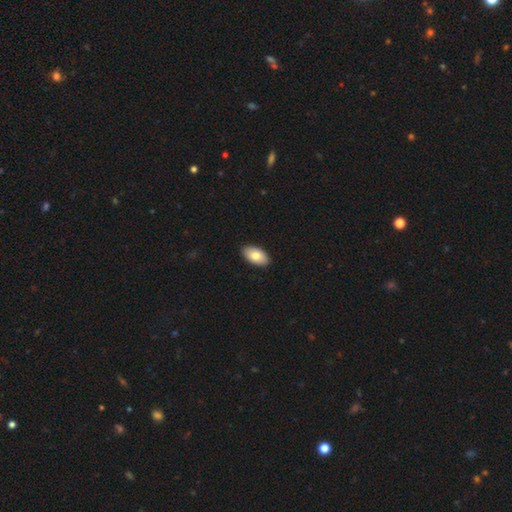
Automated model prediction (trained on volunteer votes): Smooth or featured? Predicted: smooth (p=0.80). How rounded? Predicted: in between (p=0.95). Merging? Predicted: none (p=0.91).